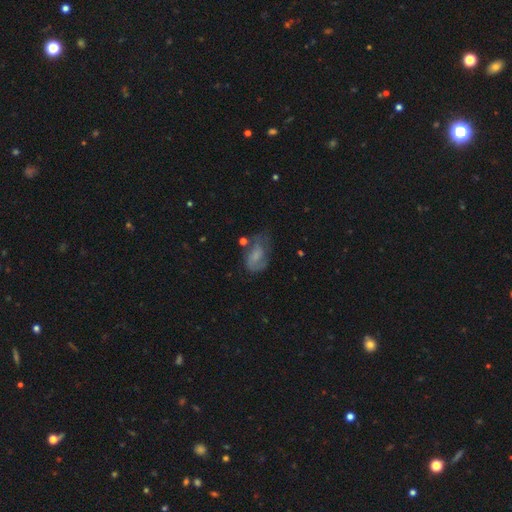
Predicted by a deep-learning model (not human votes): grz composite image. It shows a smooth galaxy with no disk features (46%). Merging: none (38%).